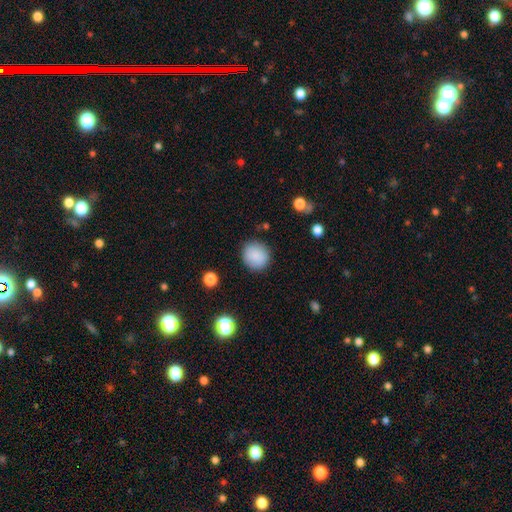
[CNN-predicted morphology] type=smooth (87%); roundness=round (87%); merging=none (88%).